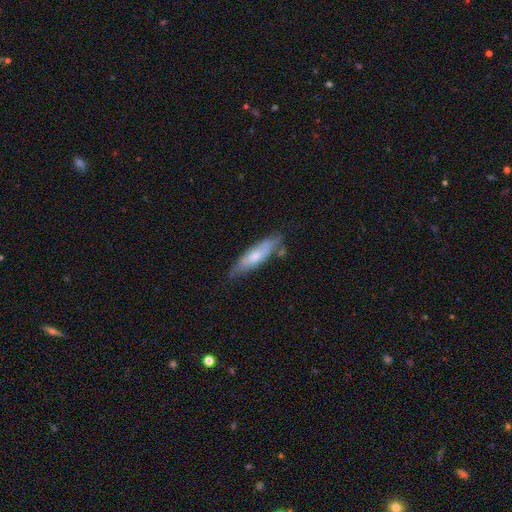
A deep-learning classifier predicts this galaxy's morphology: type=smooth (59%); roundness=cigar-shaped (64%); merging=none (68%).